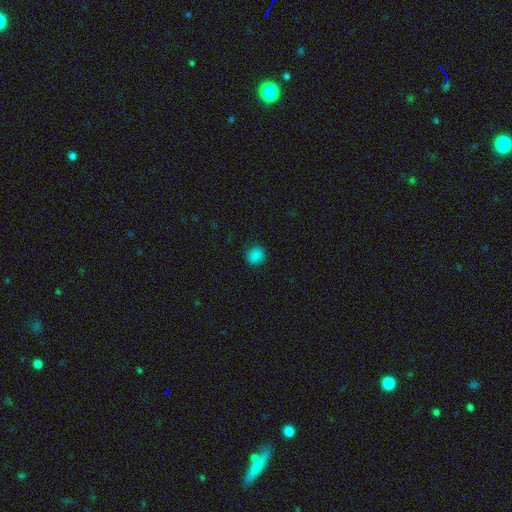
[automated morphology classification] Smooth or featured? Predicted: smooth (p=0.84). How rounded? Predicted: round (p=0.86). Merging? Predicted: none (p=0.81).